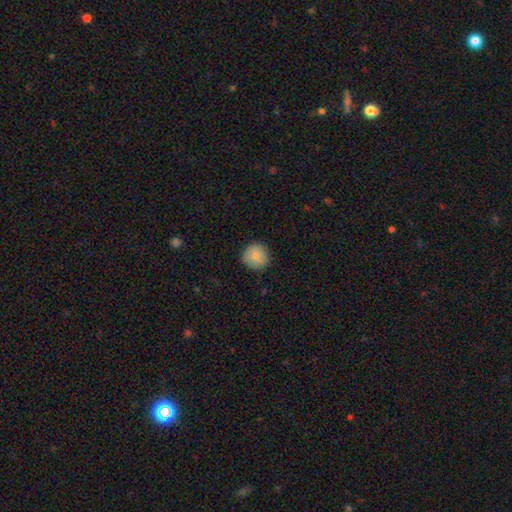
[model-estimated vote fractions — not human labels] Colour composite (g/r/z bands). It shows a smooth galaxy with no disk features (80%) that is round (93%). Merging: none (87%).